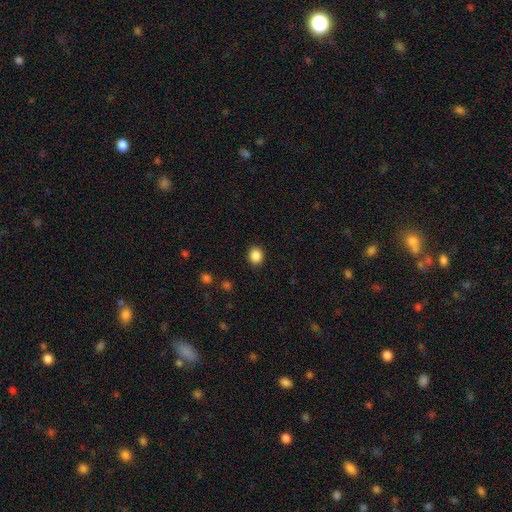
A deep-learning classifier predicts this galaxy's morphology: smooth-or-featured: smooth: 87% | star or artifact: 9% | featured or disk: 3%
  how-rounded: round: 73% | in between: 26% | cigar-shaped: 1%
  merging: none: 91% | minor disturbance: 6% | major disturbance: 2% | merger: 1%